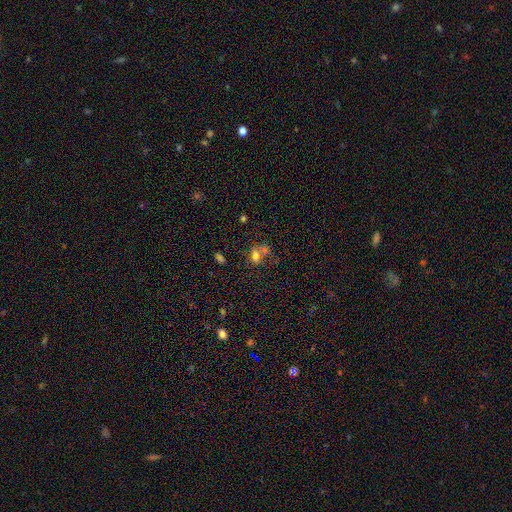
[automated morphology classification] Overall: smooth (64%). How rounded: round (50%; in between 49%). Merging: merger (50%; none 32%).